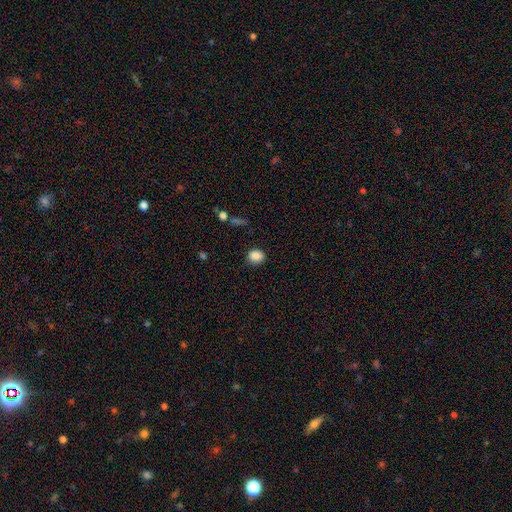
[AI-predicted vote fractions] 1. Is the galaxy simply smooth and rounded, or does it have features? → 87% smooth, 9% star or artifact, 4% featured or disk.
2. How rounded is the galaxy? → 58% round, 41% in between, 1% cigar-shaped.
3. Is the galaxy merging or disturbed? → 83% none, 12% minor disturbance, 3% major disturbance, 2% merger.